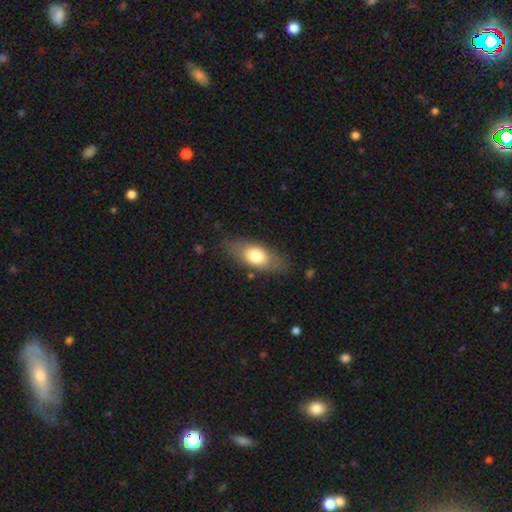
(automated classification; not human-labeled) This appears to be a smooth galaxy with no disk features (70%) that is in between round and cigar-shaped (82%). Merging: none (78%).